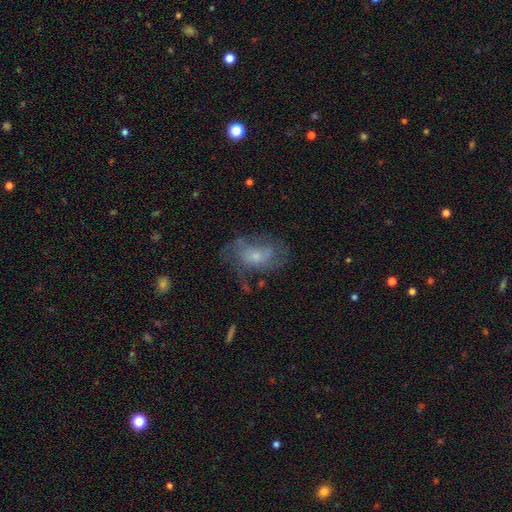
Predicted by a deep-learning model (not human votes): This is possibly a featured or disk galaxy (57%). It is clearly not viewed edge-on (96%). Bar: likely no (73%). Spiral arm pattern: likely yes (64%). Central bulge: possibly small (57%). Merging: possibly none (47%).